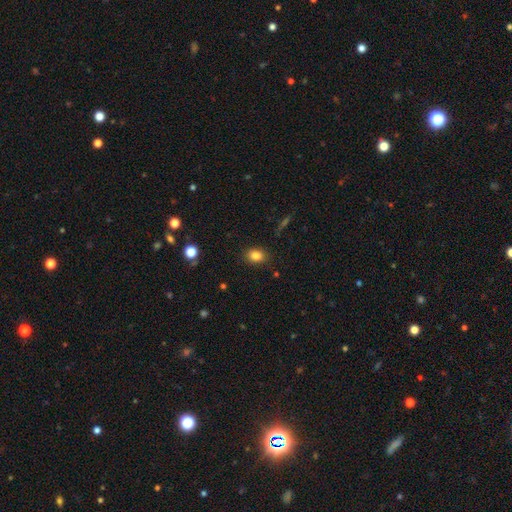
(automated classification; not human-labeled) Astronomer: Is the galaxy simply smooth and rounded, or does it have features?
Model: smooth — 83%.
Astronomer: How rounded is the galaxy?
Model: in between — 63%.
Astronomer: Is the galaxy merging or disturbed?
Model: none — 87%.